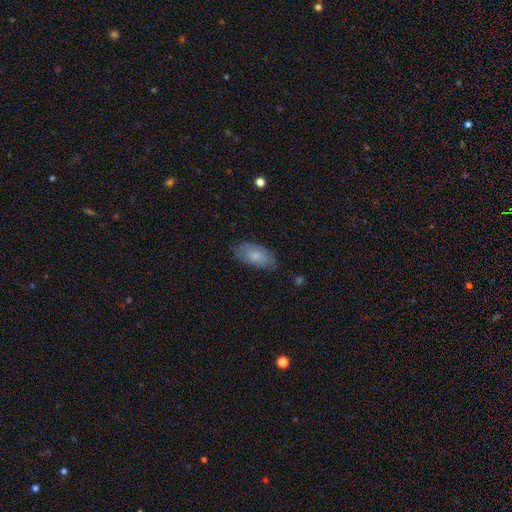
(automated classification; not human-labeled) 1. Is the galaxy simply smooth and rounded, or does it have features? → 74% smooth, 19% featured or disk, 7% star or artifact.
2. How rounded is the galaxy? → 92% in between, 5% cigar-shaped, 3% round.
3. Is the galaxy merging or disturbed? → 71% none, 22% minor disturbance, 5% major disturbance, 1% merger.